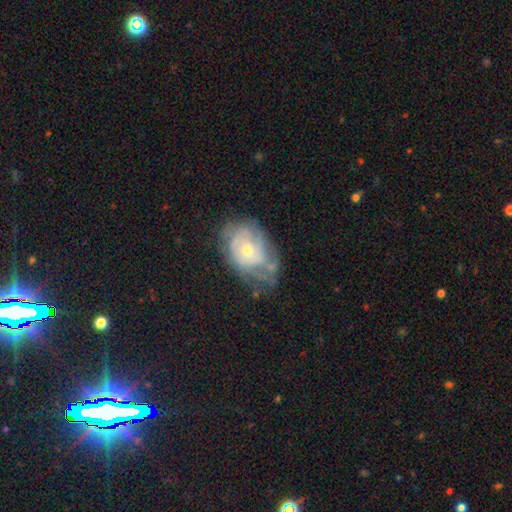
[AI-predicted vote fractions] Q: Smooth or featured?
A: featured or disk (70%); runner-up: smooth (23%)
Q: Edge-on disk?
A: no (96%); runner-up: yes (4%)
Q: Bar?
A: no (78%); runner-up: weak (19%)
Q: Spiral arms?
A: yes (73%); runner-up: no (27%)
Q: Bulge size?
A: small (52%); runner-up: moderate (44%)
Q: Merging?
A: none (45%); runner-up: minor disturbance (31%)